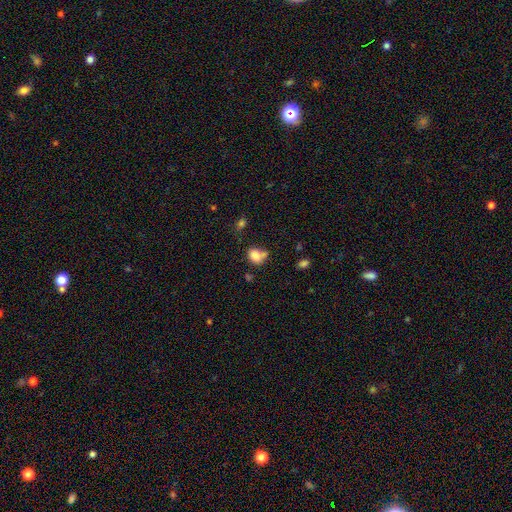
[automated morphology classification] type=smooth (80%); roundness=in between (58%); merging=none (39%).